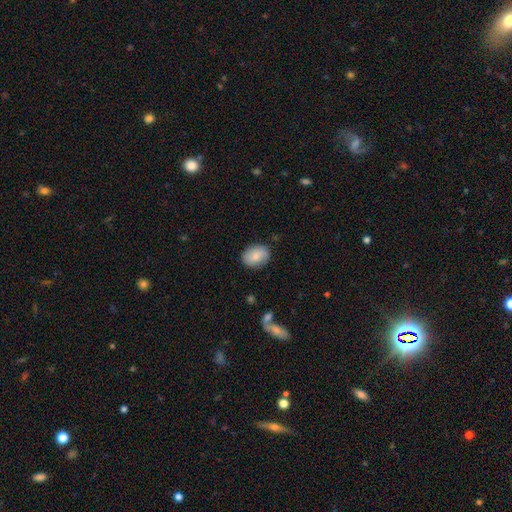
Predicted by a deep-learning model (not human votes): Smooth or featured?
  - smooth: 80% *
  - featured or disk: 13%
  - star or artifact: 7%
How rounded?
  - in between: 70% *
  - round: 29%
  - cigar-shaped: 1%
Merging?
  - none: 83% *
  - minor disturbance: 13%
  - major disturbance: 3%
  - merger: 1%